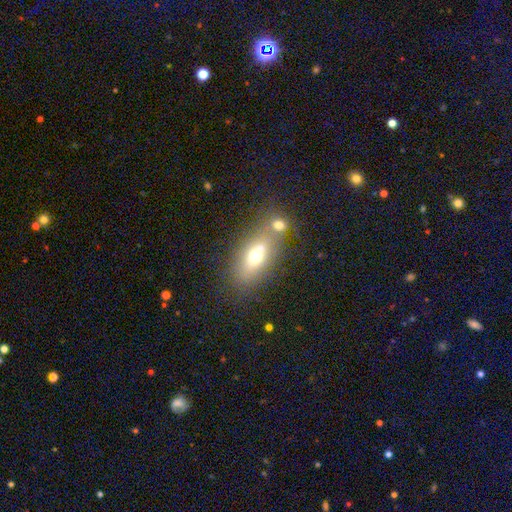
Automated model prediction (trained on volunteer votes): Smooth or featured? Predicted: smooth (p=0.62). How rounded? Predicted: in between (p=0.78). Merging? Predicted: none (p=0.46).